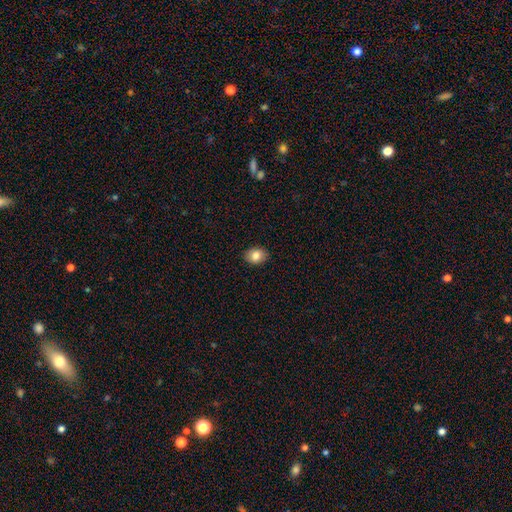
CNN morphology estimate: A smooth galaxy with no disk features (84%) that is in between round and cigar-shaped (59%). Merging: none (90%).